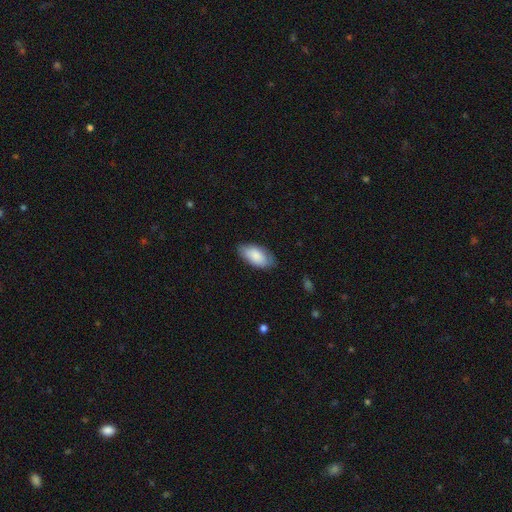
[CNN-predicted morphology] type=smooth (83%); roundness=in between (94%); merging=none (75%).